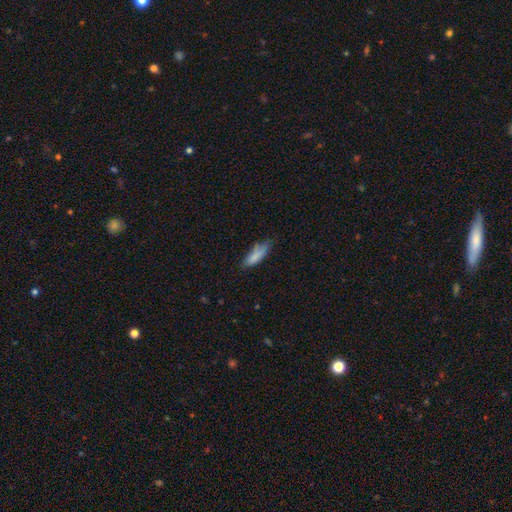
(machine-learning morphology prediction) Smooth or featured? Predicted: smooth (p=0.81). How rounded? Predicted: in between (p=0.53). Merging? Predicted: none (p=0.59).